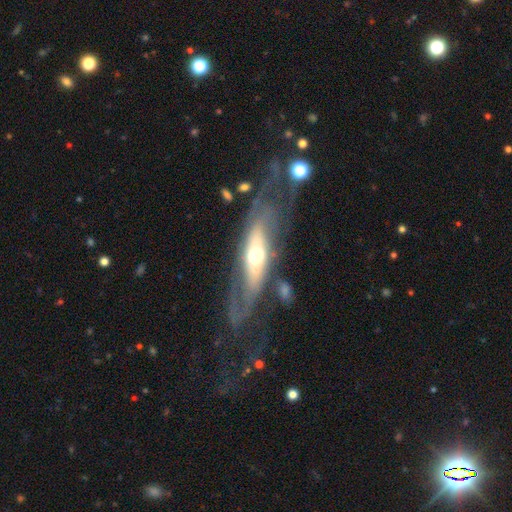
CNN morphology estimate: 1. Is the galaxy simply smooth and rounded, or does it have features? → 73% featured or disk, 22% smooth, 5% star or artifact.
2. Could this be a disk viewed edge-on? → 68% no, 32% yes.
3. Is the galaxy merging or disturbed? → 58% none, 19% major disturbance, 17% minor disturbance, 5% merger.